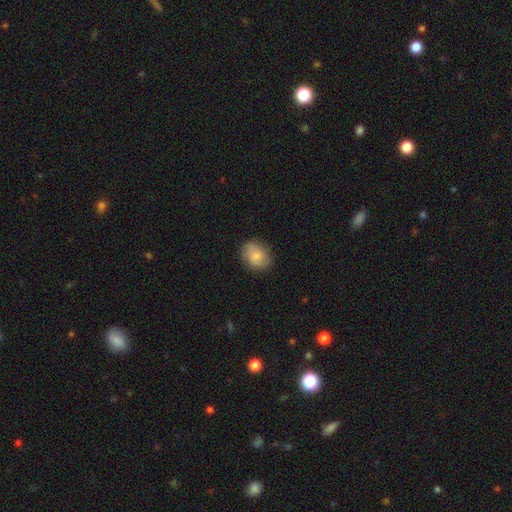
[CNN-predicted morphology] The model was most divided on "how rounded": in between: 52%, round: 46%, cigar-shaped: 1%. More confident: merging — none (82%); smooth or featured — smooth (77%).